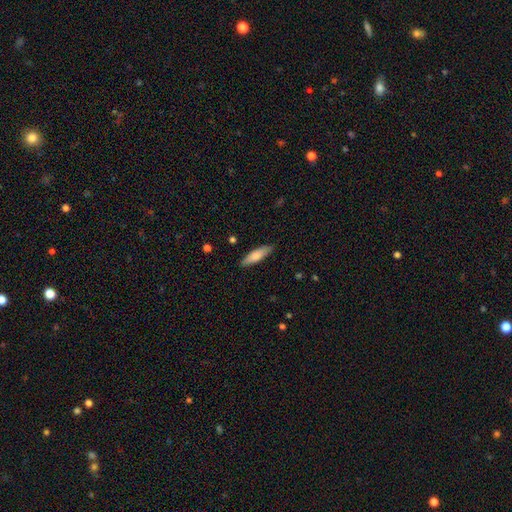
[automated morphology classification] A smooth galaxy with no disk features (75%) that is cigar-shaped (61%). Merging: none (86%).